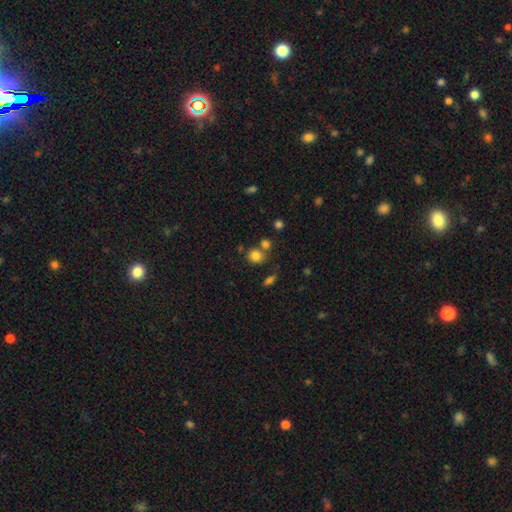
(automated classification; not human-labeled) Q: Smooth or featured?
A: smooth (81%); runner-up: star or artifact (13%)
Q: How rounded?
A: round (80%); runner-up: in between (19%)
Q: Merging?
A: none (63%); runner-up: merger (21%)